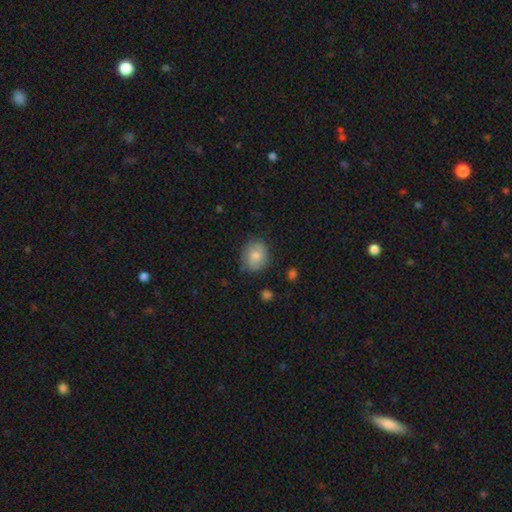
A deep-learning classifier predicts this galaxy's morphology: Overall: smooth (75%). How rounded: round (63%; in between 36%). Merging: none (76%).